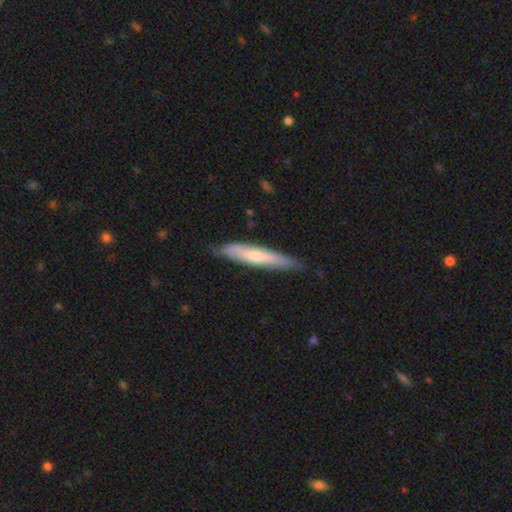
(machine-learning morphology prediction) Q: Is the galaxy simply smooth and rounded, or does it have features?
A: smooth — 56%.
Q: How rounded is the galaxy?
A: cigar-shaped — 90%.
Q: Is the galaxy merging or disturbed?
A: none — 77%.